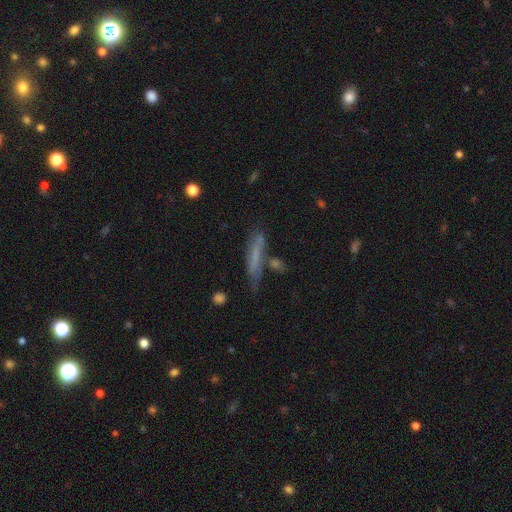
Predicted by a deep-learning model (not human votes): Overall: smooth (59%; featured or disk 30%). How rounded: cigar-shaped (87%). Merging: none (60%; minor disturbance 21%).